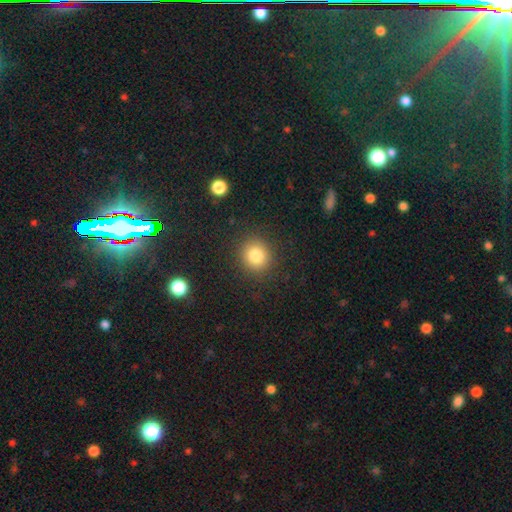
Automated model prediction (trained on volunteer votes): This appears to be a smooth galaxy with no disk features (81%) that is round (86%). Merging: none (89%).